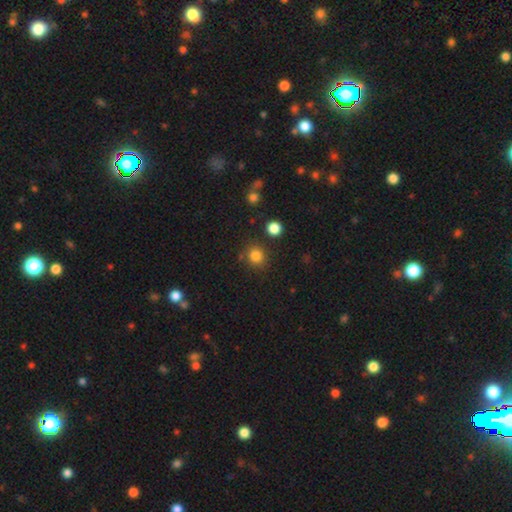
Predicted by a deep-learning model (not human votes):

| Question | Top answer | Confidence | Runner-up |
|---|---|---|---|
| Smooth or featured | smooth | 82% | star or artifact (13%) |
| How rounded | round | 83% | in between (16%) |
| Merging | none | 81% | minor disturbance (10%) |